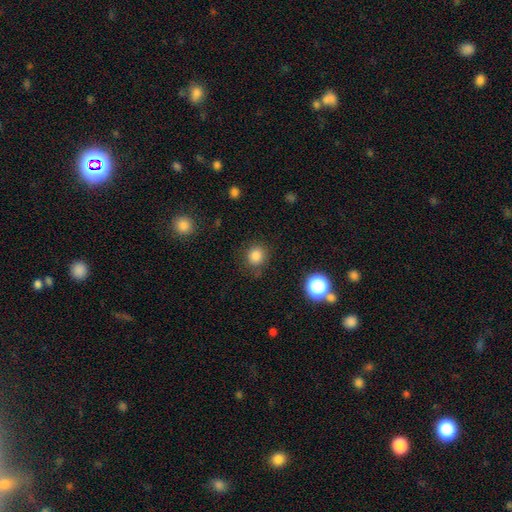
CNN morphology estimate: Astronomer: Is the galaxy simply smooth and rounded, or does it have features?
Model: smooth — 83%.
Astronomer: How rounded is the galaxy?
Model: round — 85%.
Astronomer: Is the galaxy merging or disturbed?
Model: none — 82%.